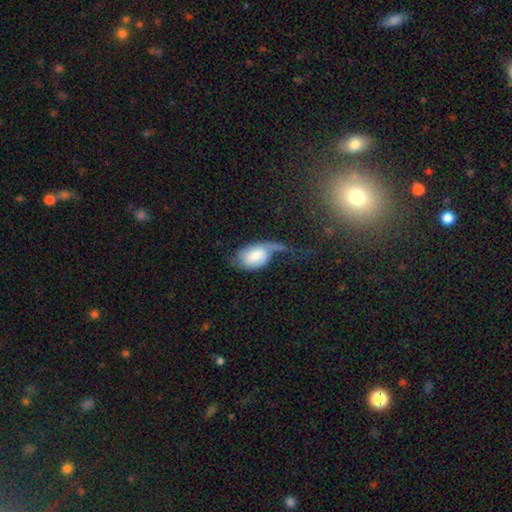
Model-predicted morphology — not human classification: Smooth or featured?
  - smooth: 54% *
  - featured or disk: 40%
  - star or artifact: 7%
How rounded?
  - in between: 87% *
  - round: 11%
  - cigar-shaped: 2%
Merging?
  - major disturbance: 57% *
  - minor disturbance: 20%
  - none: 17%
  - merger: 6%